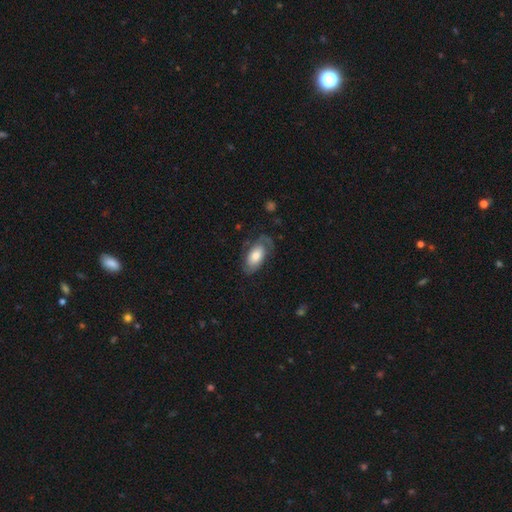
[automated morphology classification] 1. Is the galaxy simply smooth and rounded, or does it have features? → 51% smooth, 43% featured or disk, 6% star or artifact.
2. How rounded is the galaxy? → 92% in between, 4% round, 4% cigar-shaped.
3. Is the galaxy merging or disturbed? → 59% none, 24% minor disturbance, 15% major disturbance, 2% merger.